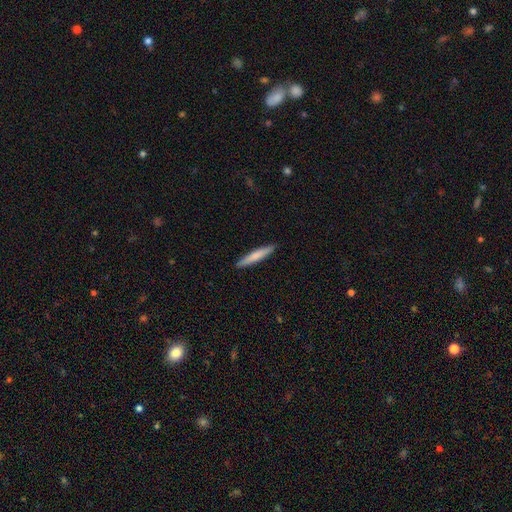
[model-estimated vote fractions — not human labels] Q: Smooth or featured?
A: smooth (74%); runner-up: featured or disk (21%)
Q: How rounded?
A: cigar-shaped (93%); runner-up: in between (5%)
Q: Merging?
A: none (92%); runner-up: minor disturbance (6%)